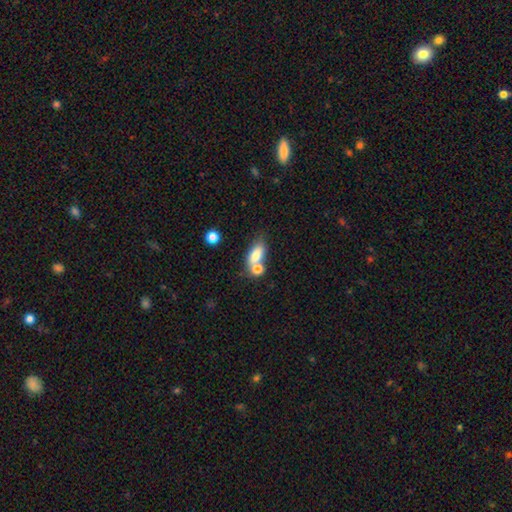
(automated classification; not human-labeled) A smooth galaxy with no disk features (76%) that is in between round and cigar-shaped (77%). Merging: merger (41%).